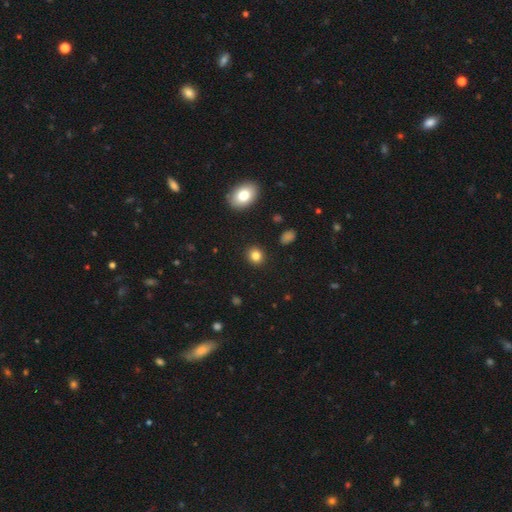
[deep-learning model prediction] smooth-or-featured: smooth: 83% | star or artifact: 11% | featured or disk: 6%
  how-rounded: round: 75% | in between: 24% | cigar-shaped: 1%
  merging: none: 91% | minor disturbance: 6% | major disturbance: 2% | merger: 1%